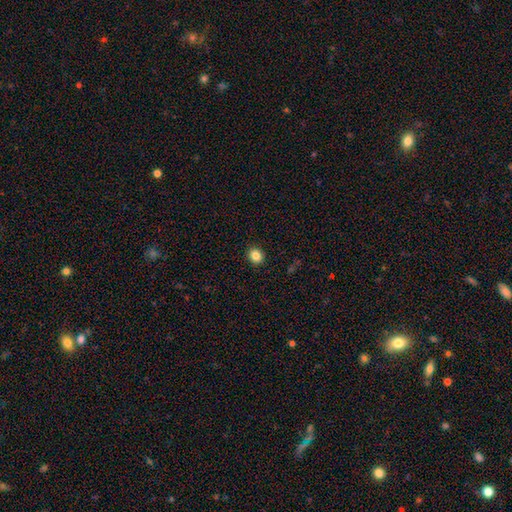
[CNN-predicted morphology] A smooth galaxy with no disk features (84%) that is round (76%).

Vote fractions:
- Smooth or featured? smooth: 84% / star or artifact: 11% / featured or disk: 5%
- How rounded? round: 76% / in between: 24% / cigar-shaped: 1%
- Merging? none: 92% / minor disturbance: 5% / major disturbance: 2% / merger: 1%